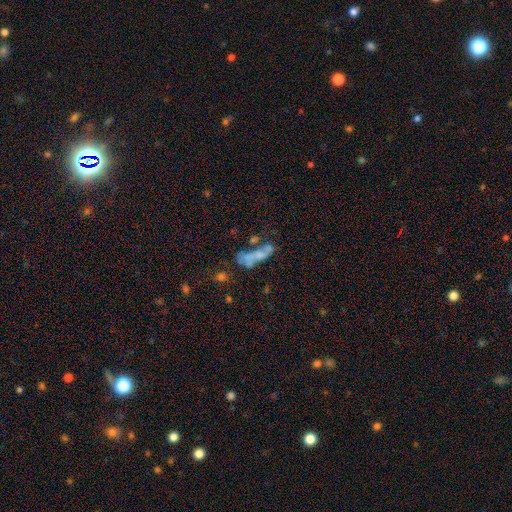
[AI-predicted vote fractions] smooth-or-featured: smooth: 44% | featured or disk: 40% | star or artifact: 16%
  merging: merger: 36% | none: 26% | major disturbance: 23% | minor disturbance: 15%